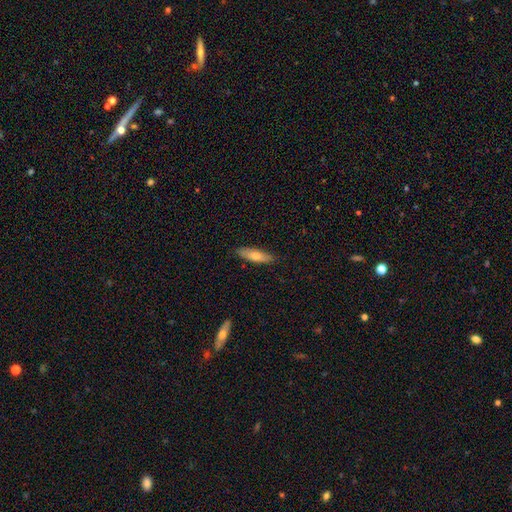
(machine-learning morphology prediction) Smooth or featured?
  - smooth: 66% *
  - featured or disk: 28%
  - star or artifact: 6%
How rounded?
  - cigar-shaped: 60% *
  - in between: 38%
  - round: 2%
Merging?
  - none: 88% *
  - minor disturbance: 10%
  - major disturbance: 2%
  - merger: 1%